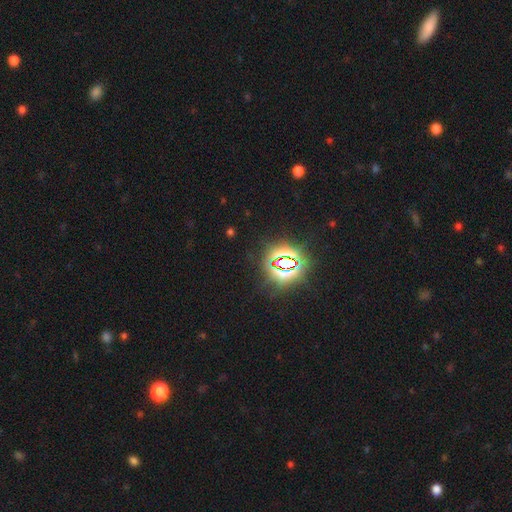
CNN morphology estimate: Q: Smooth or featured?
A: star or artifact (85%); runner-up: smooth (10%)